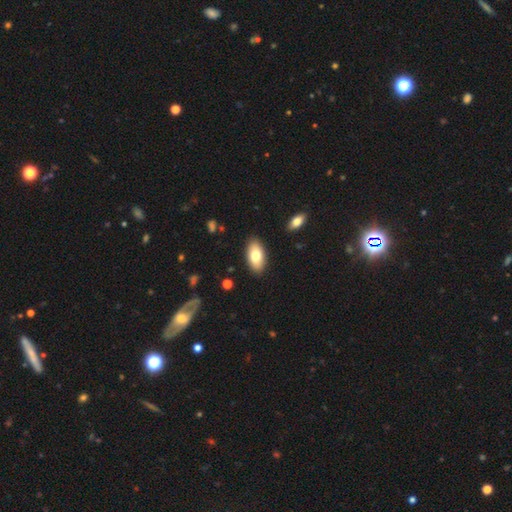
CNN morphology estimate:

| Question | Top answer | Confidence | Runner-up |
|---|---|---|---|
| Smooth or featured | smooth | 77% | featured or disk (17%) |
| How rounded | in between | 94% | cigar-shaped (3%) |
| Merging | none | 88% | minor disturbance (9%) |